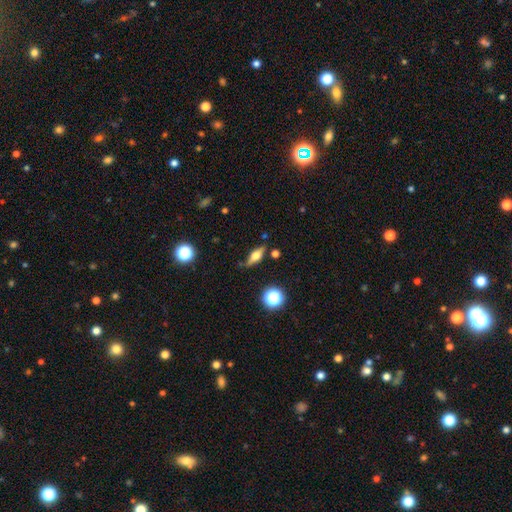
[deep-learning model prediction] smooth-or-featured: featured or disk: 51% | smooth: 40% | star or artifact: 9%
  disk-edge-on: yes: 89% | no: 11%
  merging: none: 78% | minor disturbance: 15% | major disturbance: 3% | merger: 3%